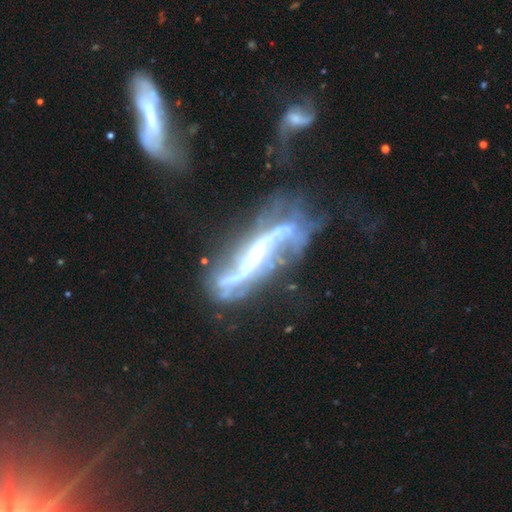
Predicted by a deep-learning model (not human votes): Smooth or featured? featured or disk (83%)
Edge-on disk? no (80%)
Bar? no (35%)
Spiral arms? yes (82%)
Spiral winding? loose (71%)
Spiral arm count? 2 (69%)
Bulge size? small (41%)
Merging? merger (33%)